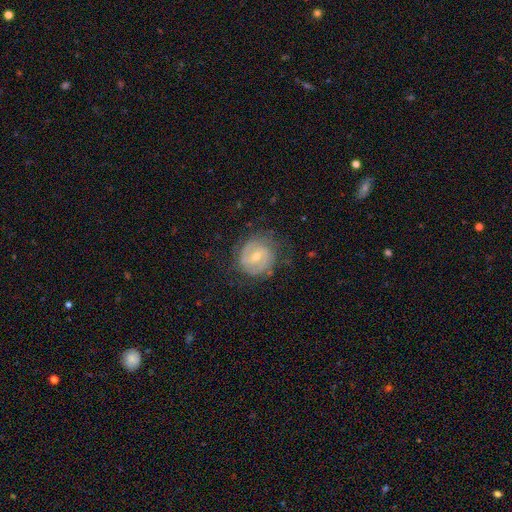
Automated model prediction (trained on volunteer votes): A featured or disk galaxy (76%) with a weak bar (48%), 2 (56%) tight (60%) spiral arms (89%) and a small central bulge (51%). Merging: none (74%).